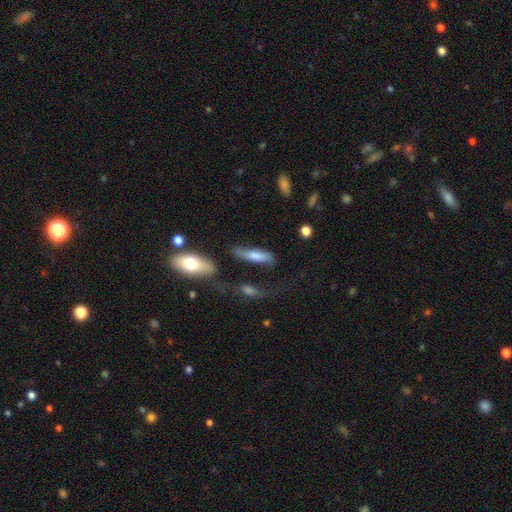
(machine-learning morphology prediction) This appears to be a smooth galaxy with no disk features (61%) that is cigar-shaped (60%). Merging: none (41%).